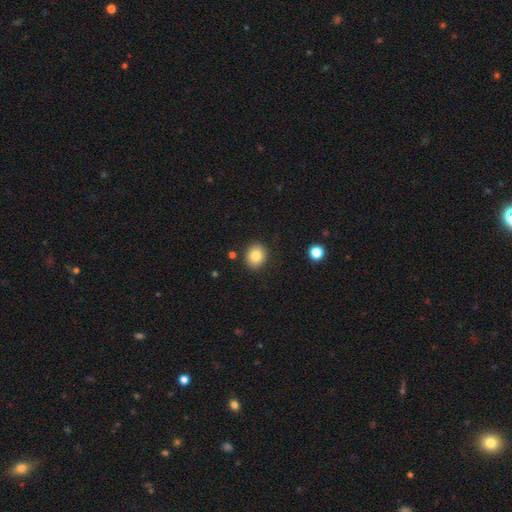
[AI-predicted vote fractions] Overall: smooth (84%). How rounded: round (66%; in between 33%). Merging: none (88%).